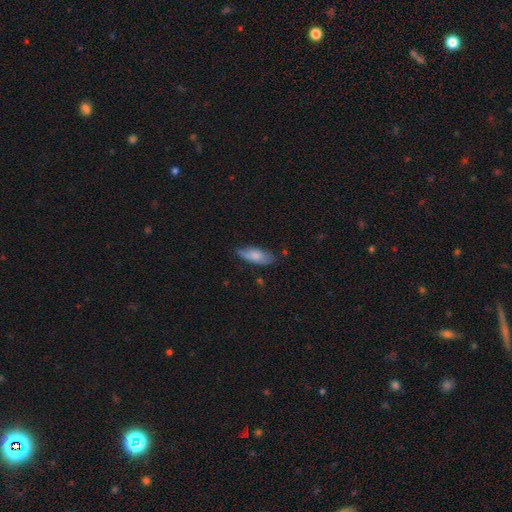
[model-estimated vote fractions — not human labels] Smooth or featured: smooth — 76% (featured or disk — 18%)
How rounded: in between — 77% (cigar-shaped — 21%)
Merging: none — 66% (minor disturbance — 27%)